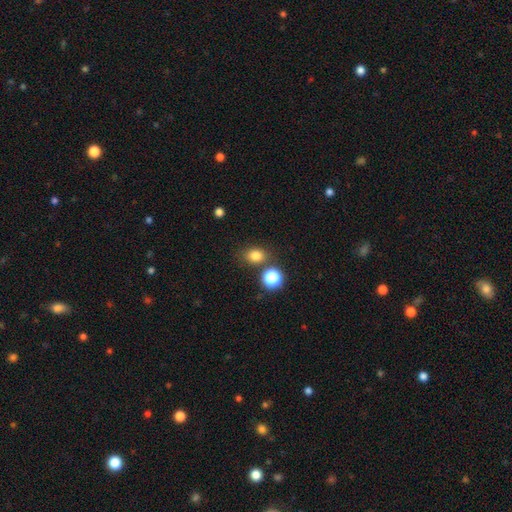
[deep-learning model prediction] Overall: smooth (80%). How rounded: round (50%; in between 49%). Merging: none (74%).